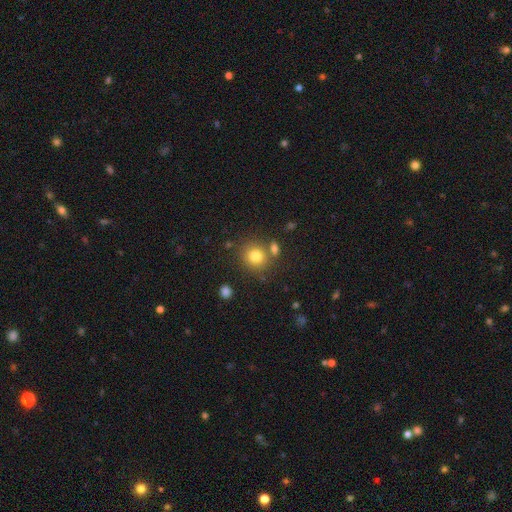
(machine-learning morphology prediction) Overall: smooth (80%). How rounded: round (84%). Merging: none (72%).